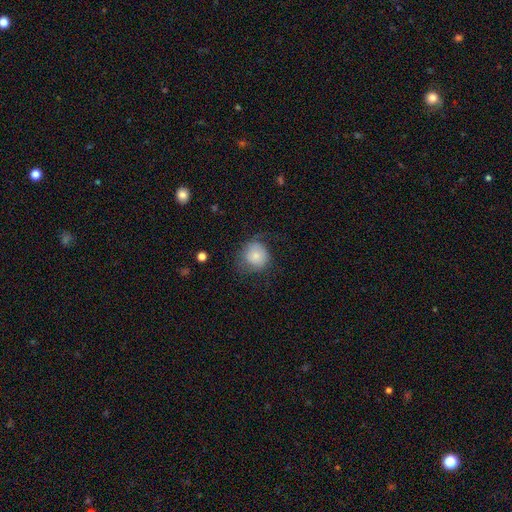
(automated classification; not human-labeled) Overall: smooth (70%). How rounded: round (85%). Merging: none (54%; minor disturbance 25%).